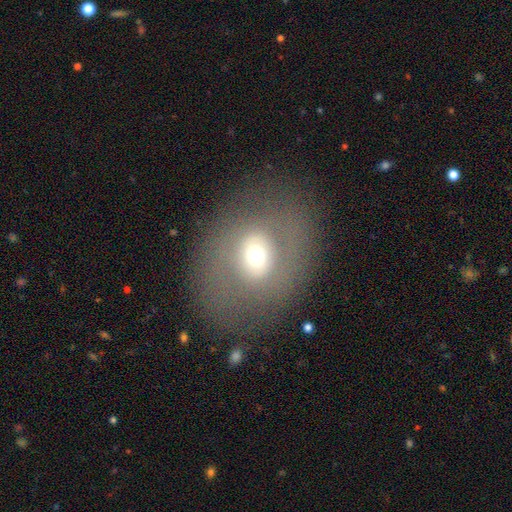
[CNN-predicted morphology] type=smooth (48%); merging=none (76%).